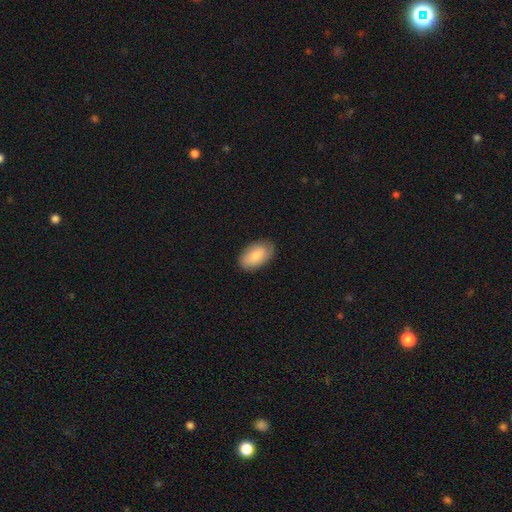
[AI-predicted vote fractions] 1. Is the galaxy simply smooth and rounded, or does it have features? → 79% smooth, 15% featured or disk, 6% star or artifact.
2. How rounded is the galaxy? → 94% in between, 4% round, 2% cigar-shaped.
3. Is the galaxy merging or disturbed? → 83% none, 13% minor disturbance, 3% major disturbance, 1% merger.